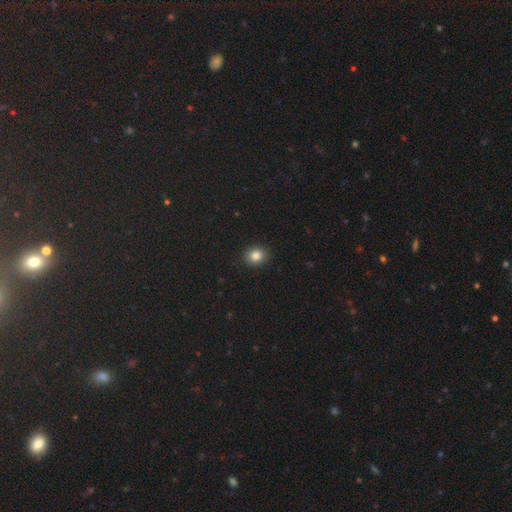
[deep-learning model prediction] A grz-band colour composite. It shows a smooth galaxy with no disk features (84%) that is round (63%). Merging: none (91%).